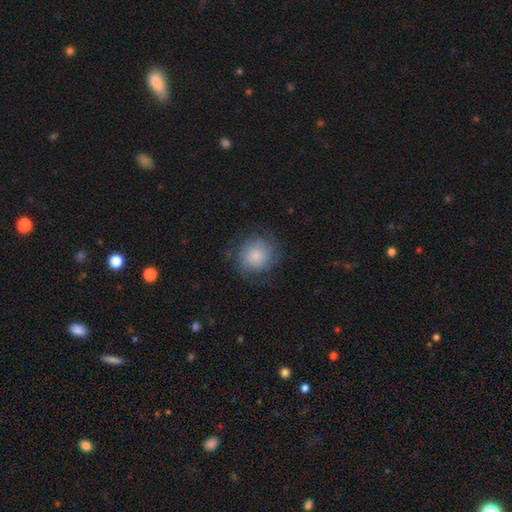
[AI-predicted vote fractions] Overall: smooth (59%; featured or disk 33%). How rounded: round (89%). Merging: none (71%).